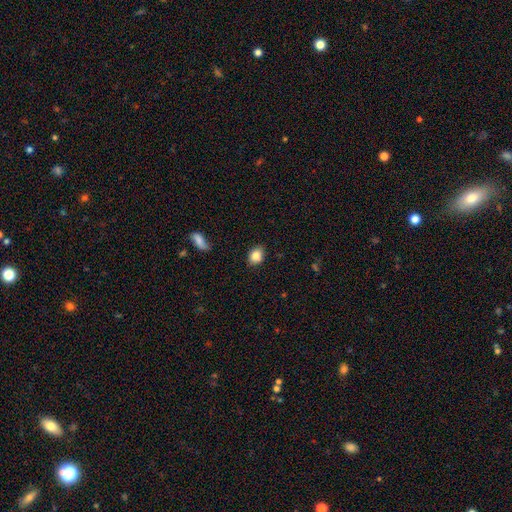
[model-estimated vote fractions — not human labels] The model was most divided on "how rounded": in between: 64%, round: 35%, cigar-shaped: 1%. More confident: smooth or featured — smooth (84%); merging — none (84%).